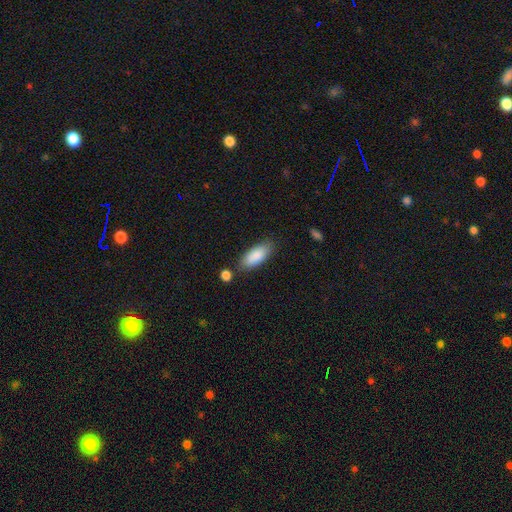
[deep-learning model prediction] Smooth or featured? smooth (87%)
How rounded? in between (83%)
Merging? none (75%)